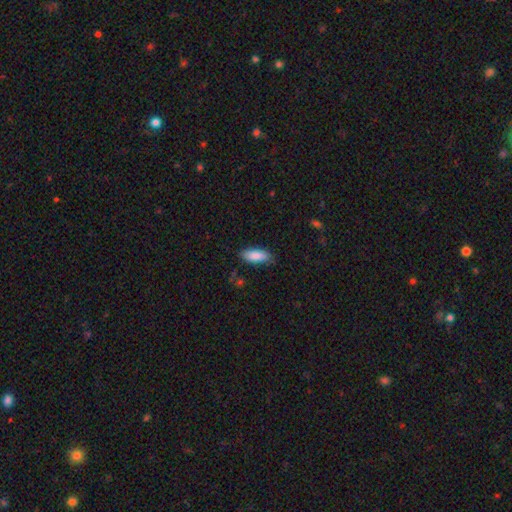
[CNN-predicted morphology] Smooth or featured? Predicted: smooth (p=0.86). How rounded? Predicted: in between (p=0.73). Merging? Predicted: none (p=0.80).